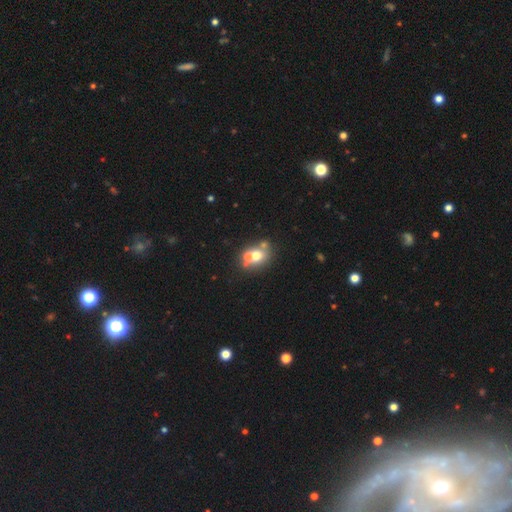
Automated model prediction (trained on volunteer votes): smooth-or-featured: smooth: 58% | featured or disk: 28% | star or artifact: 14%
  how-rounded: round: 63% | in between: 36% | cigar-shaped: 1%
  merging: merger: 49% | none: 39% | minor disturbance: 8% | major disturbance: 4%